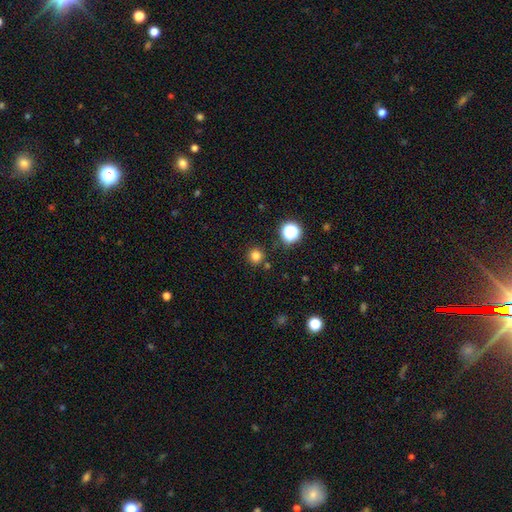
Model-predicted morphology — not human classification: type=smooth (79%); roundness=round (95%); merging=none (87%).